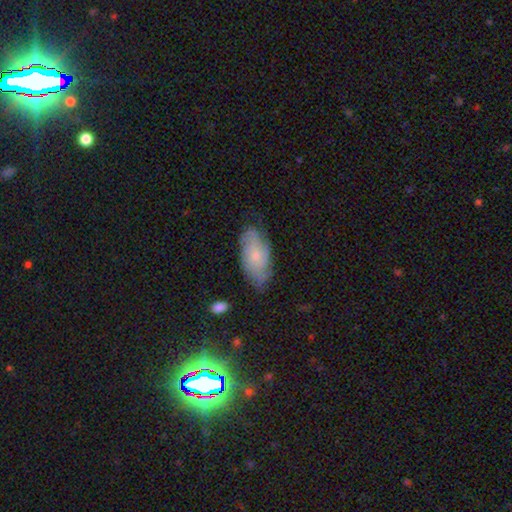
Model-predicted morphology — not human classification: A featured or disk galaxy (53%).

Vote fractions:
- Smooth or featured? featured or disk: 53% / smooth: 40% / star or artifact: 7%
- Edge-on disk? no: 92% / yes: 8%
- Merging? none: 70% / minor disturbance: 23% / major disturbance: 5% / merger: 1%